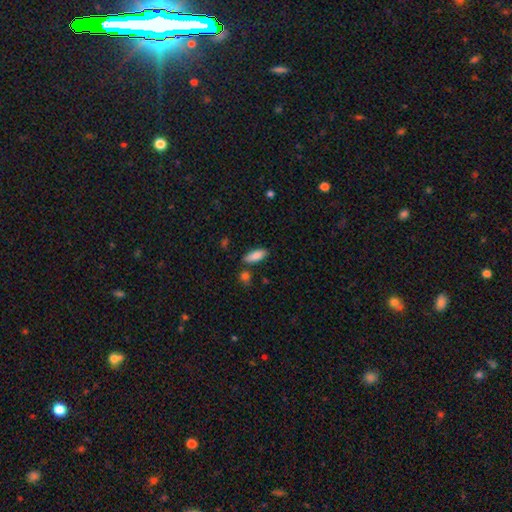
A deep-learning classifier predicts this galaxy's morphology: Smooth or featured: smooth — 85% (featured or disk — 8%)
How rounded: in between — 75% (cigar-shaped — 22%)
Merging: none — 80% (minor disturbance — 13%)